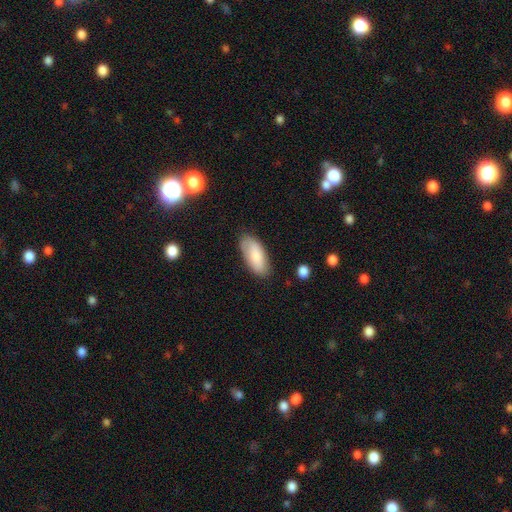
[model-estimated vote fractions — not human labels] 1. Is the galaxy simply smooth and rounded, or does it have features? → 79% smooth, 15% featured or disk, 6% star or artifact.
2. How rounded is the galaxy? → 88% in between, 10% cigar-shaped, 2% round.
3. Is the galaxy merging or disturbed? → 79% none, 16% minor disturbance, 3% major disturbance, 2% merger.